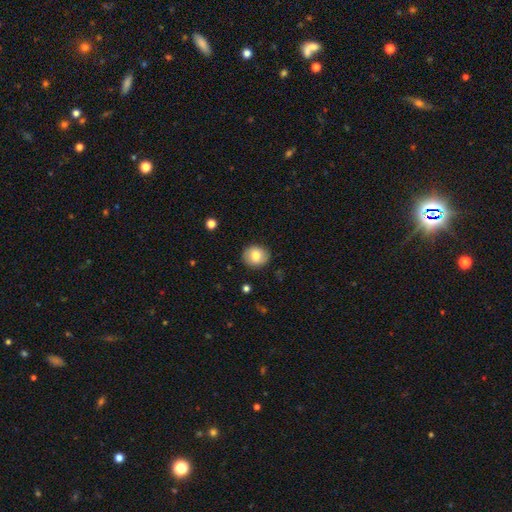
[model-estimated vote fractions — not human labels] Smooth or featured?
  - smooth: 75% *
  - featured or disk: 17%
  - star or artifact: 8%
How rounded?
  - round: 75% *
  - in between: 24%
  - cigar-shaped: 1%
Merging?
  - none: 87% *
  - minor disturbance: 9%
  - major disturbance: 2%
  - merger: 1%